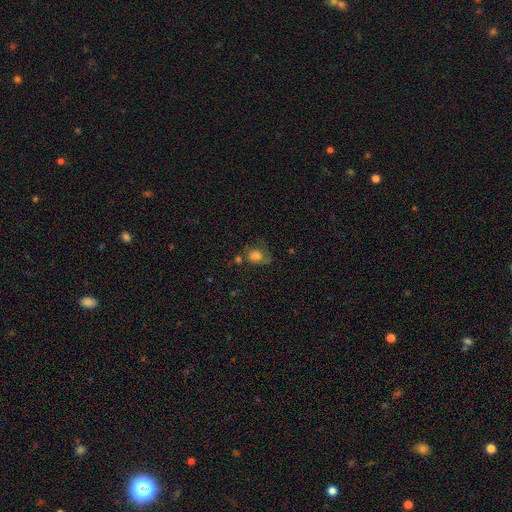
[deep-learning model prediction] smooth_or_featured: smooth (p=0.69) [alt: featured or disk p=0.18]
how_rounded: round (p=0.56) [alt: in between p=0.43]
merging: none (p=0.36) [alt: major disturbance p=0.29]